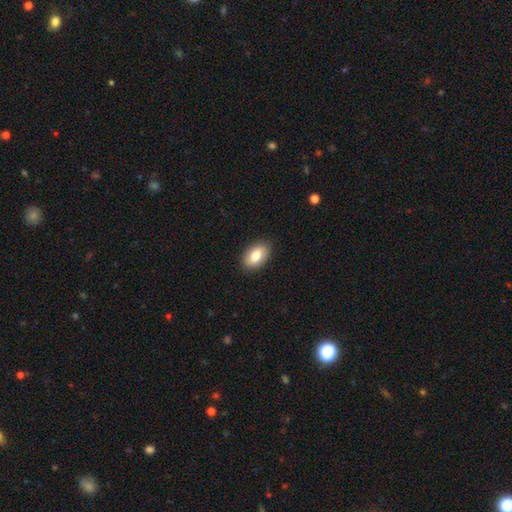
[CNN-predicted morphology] This appears to be a smooth galaxy with no disk features (80%) that is in between round and cigar-shaped (91%). Merging: none (88%).